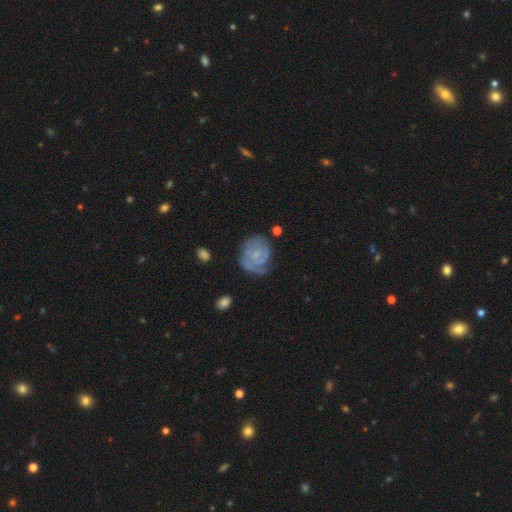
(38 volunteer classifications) Smooth or featured? 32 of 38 (84%) said featured or disk. Edge-on disk? 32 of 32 (100%) said no. Bar? 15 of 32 (47%) said weak. Spiral arms? 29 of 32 (91%) said yes. Spiral winding? 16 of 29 (55%) said tight. Spiral arm count? 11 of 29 (38%, tied with can't tell) said 2. Bulge size? 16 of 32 (50%) said small. Merging? 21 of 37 (57%) said none.